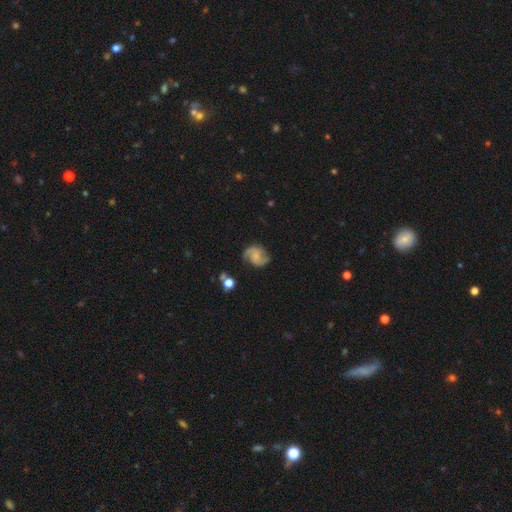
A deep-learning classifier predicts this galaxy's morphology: Smooth or featured: featured or disk — 78% (smooth — 14%)
Edge-on disk: no — 98% (yes — 2%)
Bar: no — 63% (weak — 32%)
Spiral arms: yes — 96% (no — 4%)
Spiral winding: medium — 50% (loose — 29%)
Spiral arm count: 2 — 89% (can't tell — 4%)
Bulge size: small — 52% (none — 25%)
Merging: none — 75% (minor disturbance — 17%)